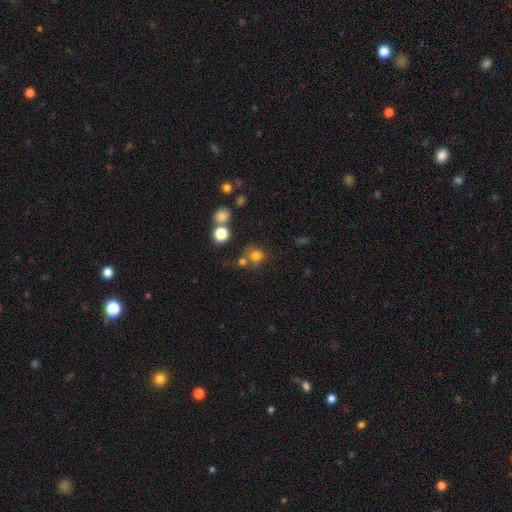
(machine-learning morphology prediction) smooth 73%, star or artifact 17%, featured or disk 10%. Down the decision tree: how rounded — round (79%); merging — none (54%).